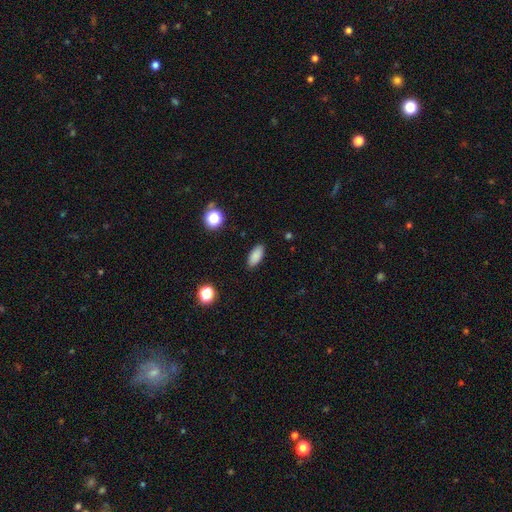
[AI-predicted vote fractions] Smooth or featured? Predicted: smooth (p=0.86). How rounded? Predicted: in between (p=0.88). Merging? Predicted: none (p=0.89).